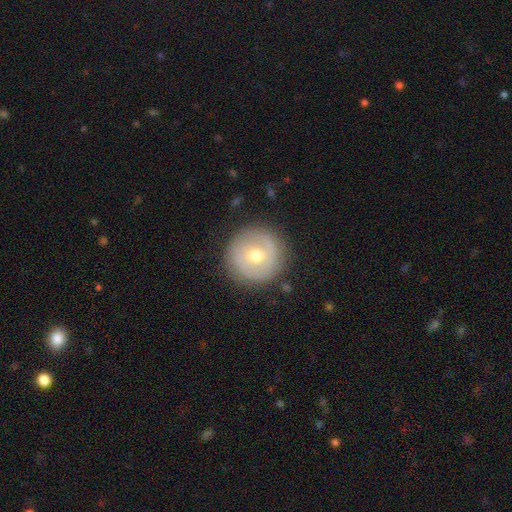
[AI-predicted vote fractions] A featured or disk galaxy (51%).

Vote fractions:
- Smooth or featured? featured or disk: 51% / smooth: 42% / star or artifact: 8%
- Edge-on disk? no: 96% / yes: 4%
- Merging? none: 85% / minor disturbance: 10% / major disturbance: 4% / merger: 1%